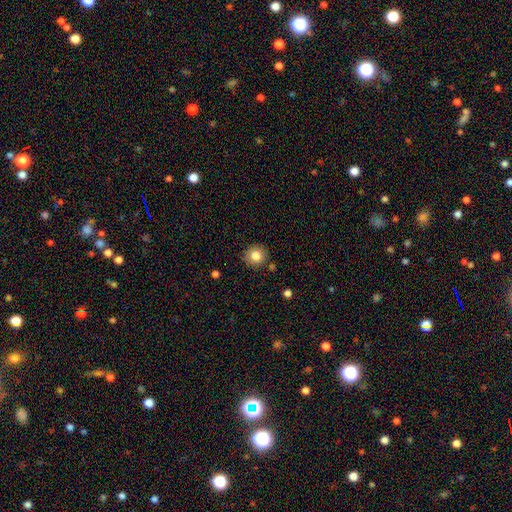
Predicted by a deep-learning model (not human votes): Smooth or featured: smooth — 82% (star or artifact — 11%)
How rounded: round — 88% (in between — 11%)
Merging: none — 87% (minor disturbance — 8%)